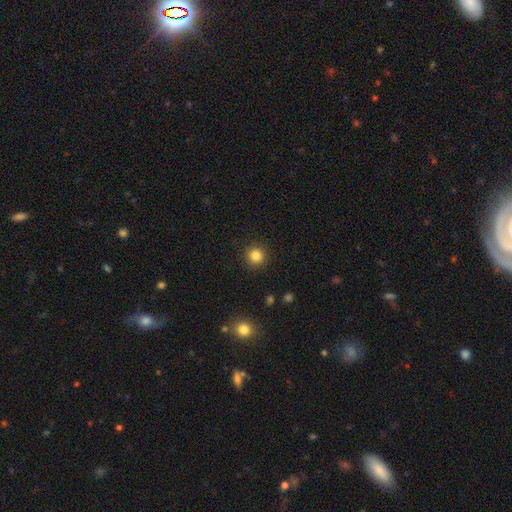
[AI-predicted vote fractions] Smooth or featured? Predicted: smooth (p=0.84). How rounded? Predicted: round (p=0.94). Merging? Predicted: none (p=0.91).